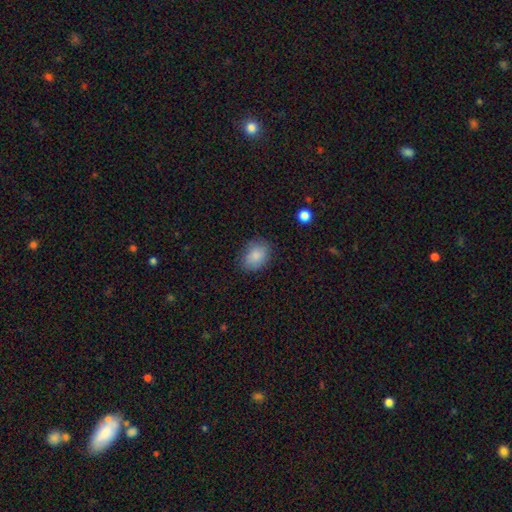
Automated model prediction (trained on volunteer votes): The model was most divided on "how rounded": in between: 70%, round: 29%, cigar-shaped: 1%. More confident: smooth or featured — smooth (84%); merging — none (80%).